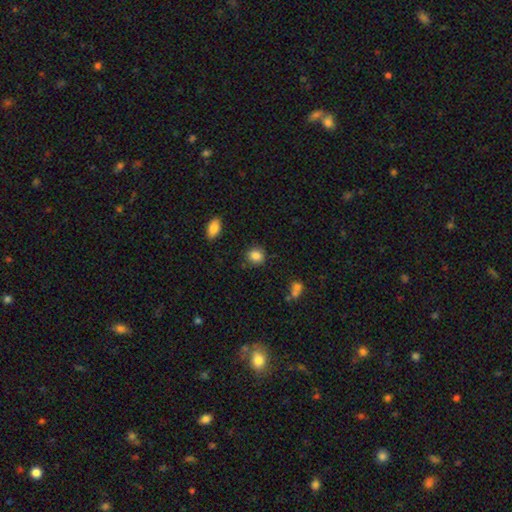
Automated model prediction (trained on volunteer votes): A smooth galaxy with no disk features (86%) that is round (77%).

Vote fractions:
- Smooth or featured? smooth: 86% / star or artifact: 9% / featured or disk: 5%
- How rounded? round: 77% / in between: 22% / cigar-shaped: 1%
- Merging? none: 84% / minor disturbance: 11% / major disturbance: 3% / merger: 3%